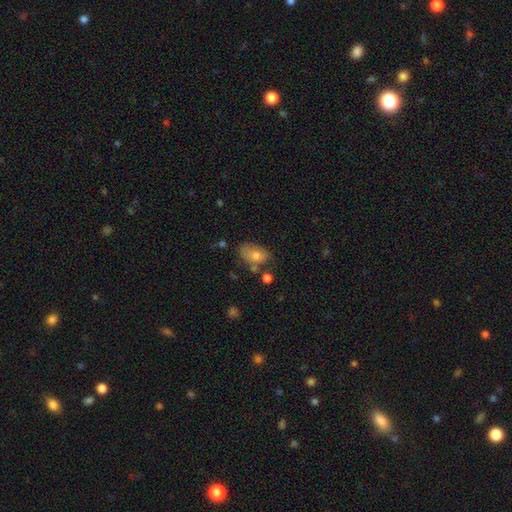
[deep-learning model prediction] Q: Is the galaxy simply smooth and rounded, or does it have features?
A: smooth — 72%.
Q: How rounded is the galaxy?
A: in between — 88%.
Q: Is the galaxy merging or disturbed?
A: none — 49%.